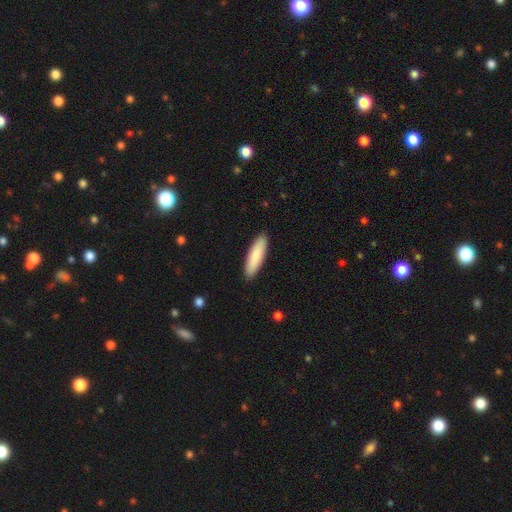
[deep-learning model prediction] Overall: smooth (86%). How rounded: cigar-shaped (65%; in between 34%). Merging: none (91%).